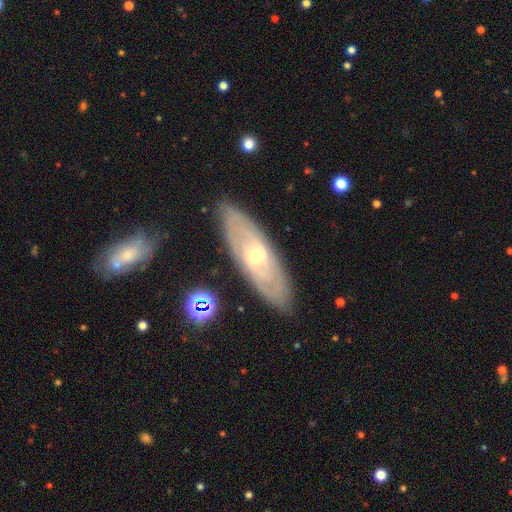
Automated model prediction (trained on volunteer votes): This appears to be a featured or disk galaxy (72%) with no bar (58%), spiral arms (66%) and a moderate central bulge (53%). Merging: none (85%).